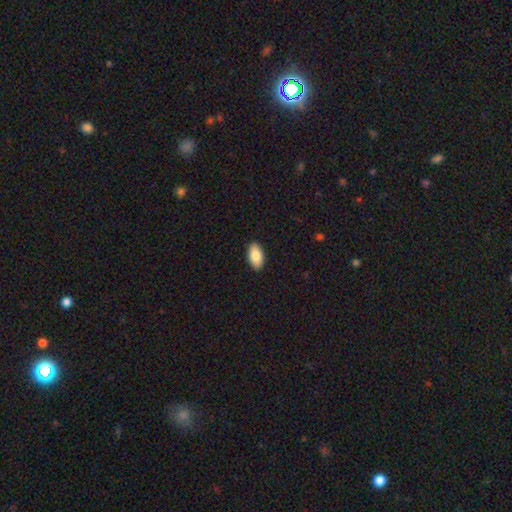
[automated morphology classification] This appears to be a smooth galaxy with no disk features (84%) that is in between round and cigar-shaped (95%). Merging: none (90%).